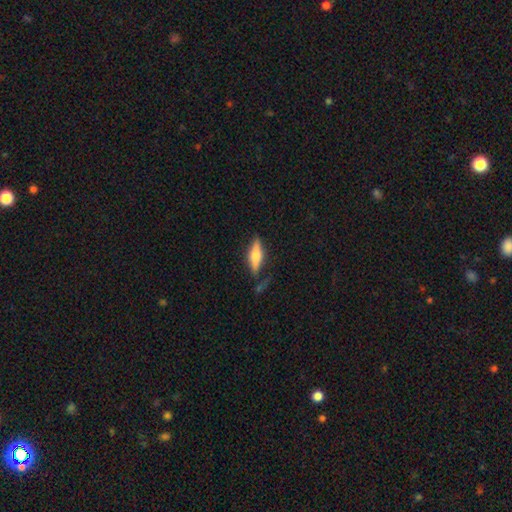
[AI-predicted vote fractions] This is possibly a smooth galaxy (47%). Merging: likely none (67%).